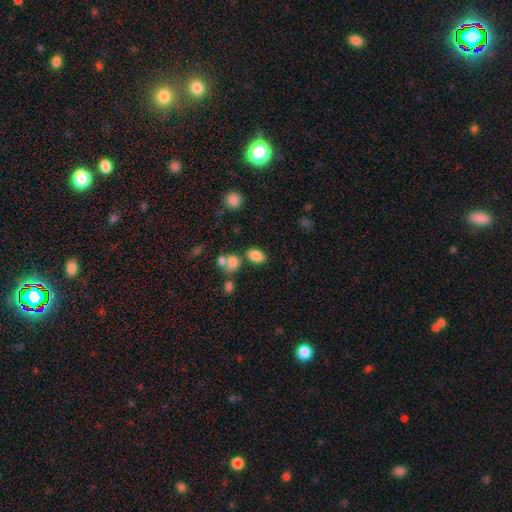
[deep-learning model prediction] Morphology: type=smooth (83%); roundness=in between (85%); merging=none (66%).